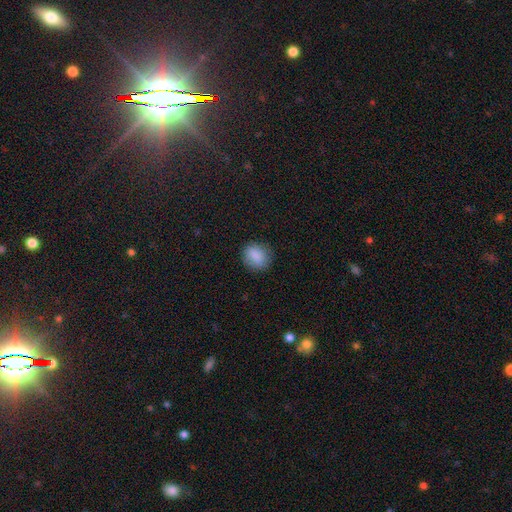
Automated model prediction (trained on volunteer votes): smooth-or-featured: smooth: 87% | star or artifact: 8% | featured or disk: 5%
  how-rounded: round: 63% | in between: 36% | cigar-shaped: 1%
  merging: none: 84% | minor disturbance: 12% | major disturbance: 3% | merger: 1%